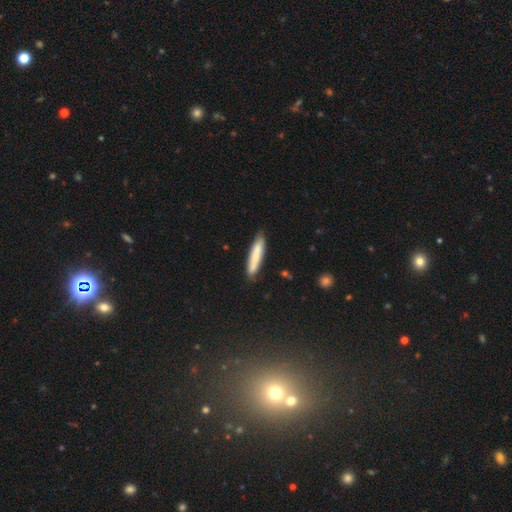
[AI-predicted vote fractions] Q: Smooth or featured?
A: smooth (74%); runner-up: featured or disk (20%)
Q: How rounded?
A: cigar-shaped (88%); runner-up: in between (11%)
Q: Merging?
A: none (83%); runner-up: minor disturbance (13%)